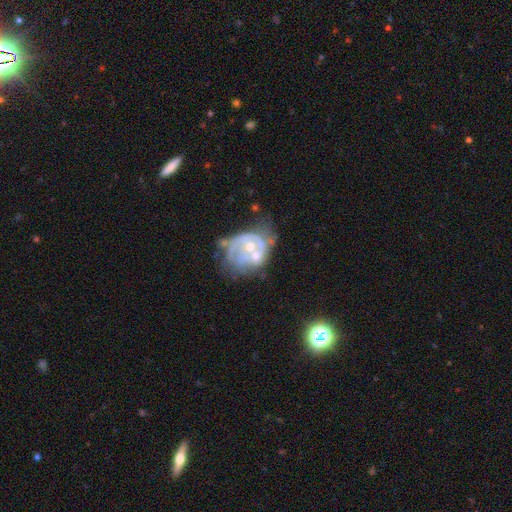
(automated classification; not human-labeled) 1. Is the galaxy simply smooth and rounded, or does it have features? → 72% featured or disk, 20% smooth, 8% star or artifact.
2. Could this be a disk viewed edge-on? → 98% no, 2% yes.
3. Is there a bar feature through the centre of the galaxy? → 86% no, 12% weak, 3% strong.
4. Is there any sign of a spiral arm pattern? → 53% no, 47% yes.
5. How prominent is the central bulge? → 55% moderate, 35% small, 5% none, 3% large, 1% dominant.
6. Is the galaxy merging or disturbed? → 35% merger, 25% major disturbance, 23% none, 17% minor disturbance.